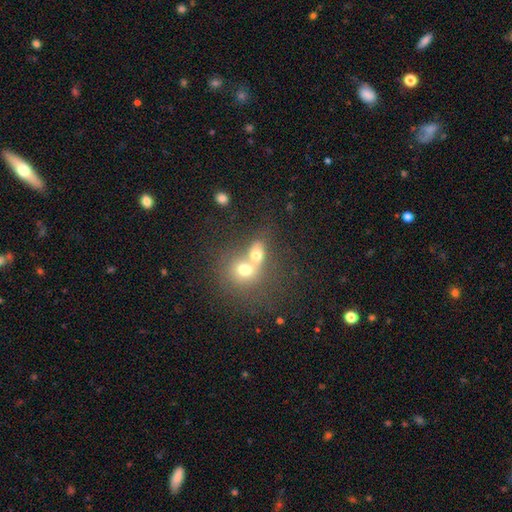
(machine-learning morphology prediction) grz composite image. It shows a smooth galaxy with no disk features (58%) that is round (69%). Merging: merger (66%).